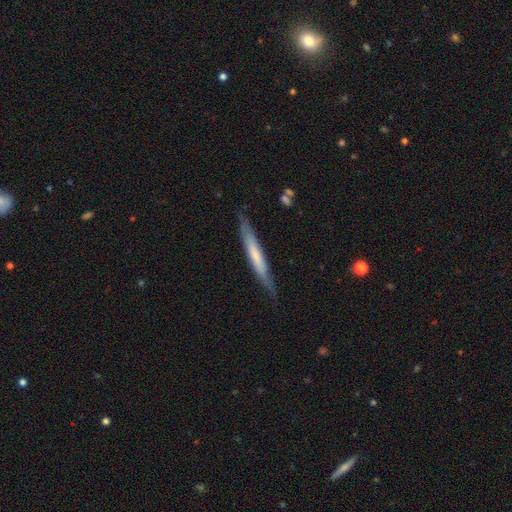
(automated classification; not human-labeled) The model was most divided on "smooth or featured": smooth: 52%, featured or disk: 43%, star or artifact: 5%. More confident: how rounded — cigar-shaped (95%); merging — none (84%).